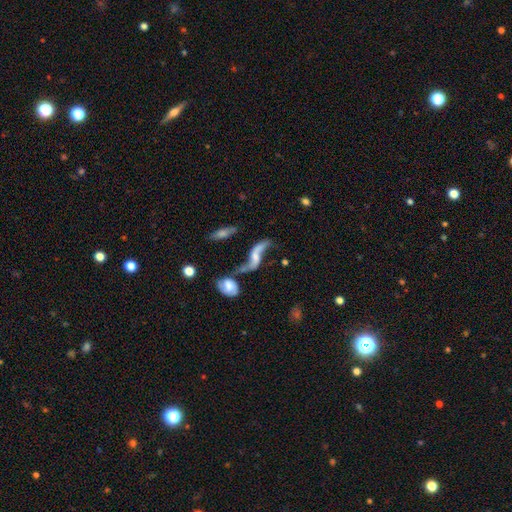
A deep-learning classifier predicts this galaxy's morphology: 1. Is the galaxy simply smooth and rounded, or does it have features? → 80% featured or disk, 13% smooth, 7% star or artifact.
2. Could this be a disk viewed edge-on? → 90% no, 10% yes.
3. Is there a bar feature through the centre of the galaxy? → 46% no, 39% weak, 15% strong.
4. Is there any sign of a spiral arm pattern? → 91% yes, 9% no.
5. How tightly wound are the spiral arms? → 92% loose, 6% medium, 2% tight.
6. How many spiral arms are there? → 90% 2, 5% 1, 2% can't tell, 1% 3, 1% 4, 1% more than 4.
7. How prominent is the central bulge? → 33% small, 30% none, 28% moderate, 7% large, 2% dominant.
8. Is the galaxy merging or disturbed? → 41% none, 29% merger, 17% minor disturbance, 14% major disturbance.